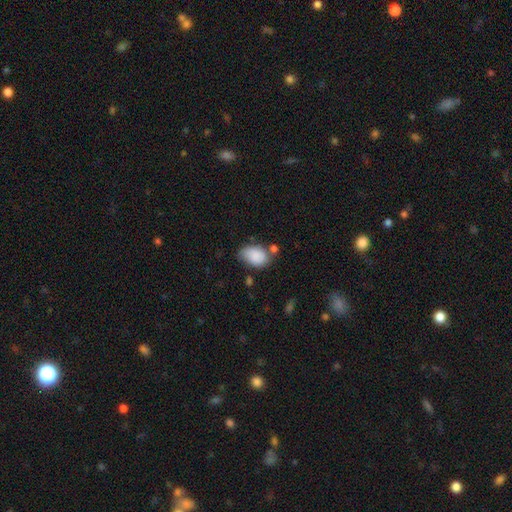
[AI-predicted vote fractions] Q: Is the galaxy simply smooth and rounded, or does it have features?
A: smooth — 84%.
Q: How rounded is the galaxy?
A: in between — 85%.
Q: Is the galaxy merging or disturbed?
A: none — 51%.